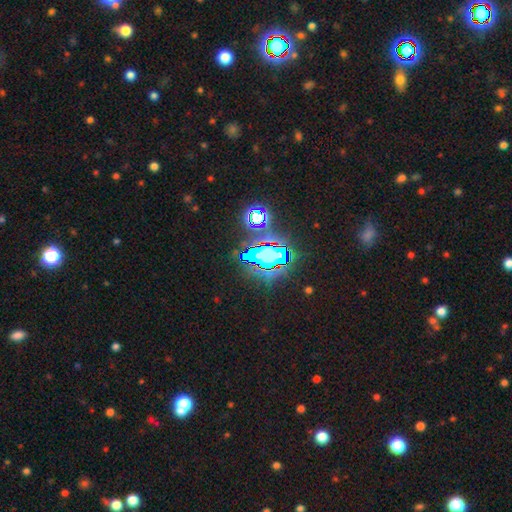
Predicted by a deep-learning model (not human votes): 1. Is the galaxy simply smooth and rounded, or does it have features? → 78% star or artifact, 13% smooth, 8% featured or disk.